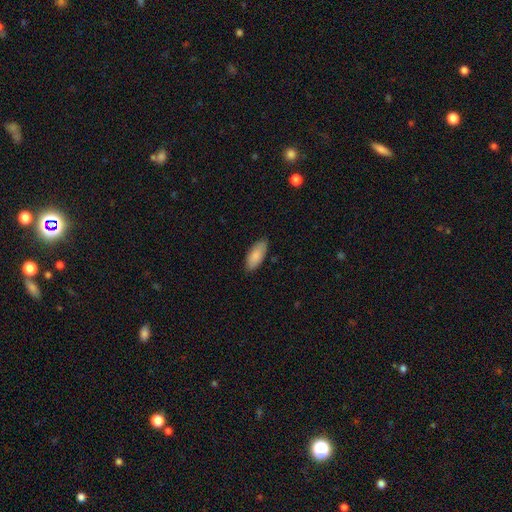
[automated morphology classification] Overall: smooth (86%). How rounded: in between (86%). Merging: none (86%).